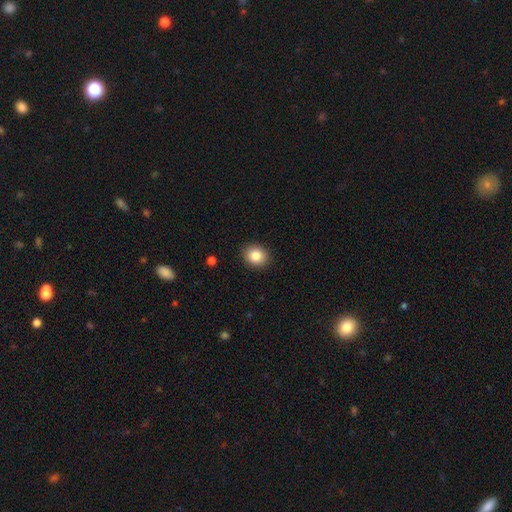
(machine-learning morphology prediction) Smooth or featured? smooth (84%)
How rounded? round (63%)
Merging? none (90%)